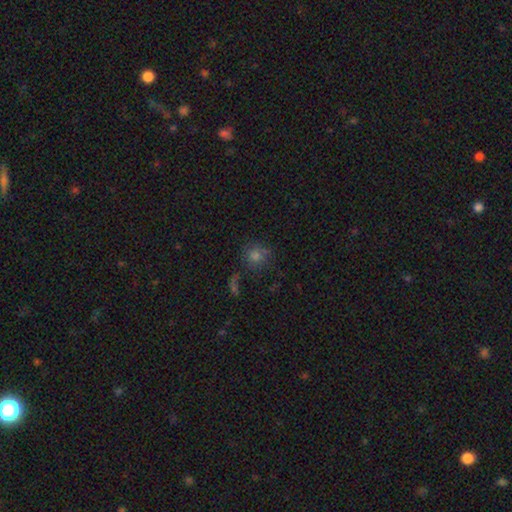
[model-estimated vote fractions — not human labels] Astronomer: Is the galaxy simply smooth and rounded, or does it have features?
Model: smooth — 70%.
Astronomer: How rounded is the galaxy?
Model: round — 88%.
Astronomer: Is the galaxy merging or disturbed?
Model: none — 70%.